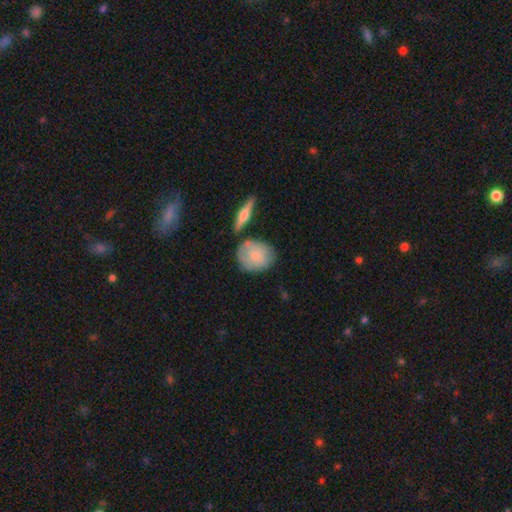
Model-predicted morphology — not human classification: Smooth or featured?
  - smooth: 69% *
  - featured or disk: 25%
  - star or artifact: 6%
How rounded?
  - round: 58% *
  - in between: 40%
  - cigar-shaped: 2%
Merging?
  - none: 61% *
  - minor disturbance: 22%
  - merger: 10%
  - major disturbance: 6%